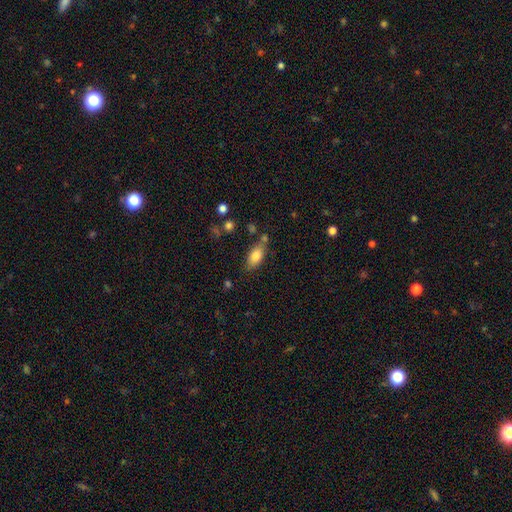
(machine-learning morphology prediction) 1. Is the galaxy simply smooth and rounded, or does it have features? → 82% smooth, 10% featured or disk, 8% star or artifact.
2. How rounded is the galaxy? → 88% in between, 8% cigar-shaped, 4% round.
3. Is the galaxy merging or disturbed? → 69% none, 17% minor disturbance, 9% merger, 5% major disturbance.